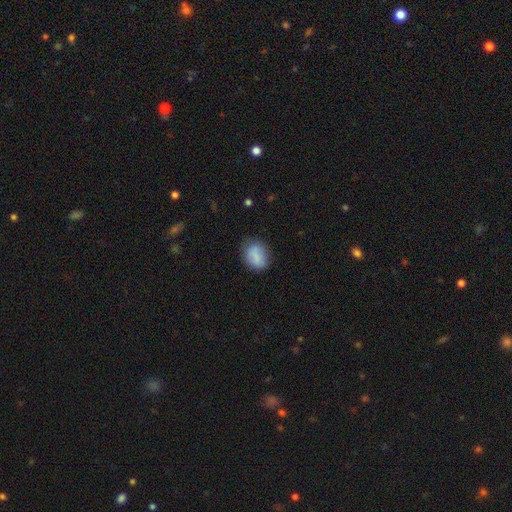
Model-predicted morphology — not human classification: type=smooth (81%); roundness=in between (65%); merging=none (72%).